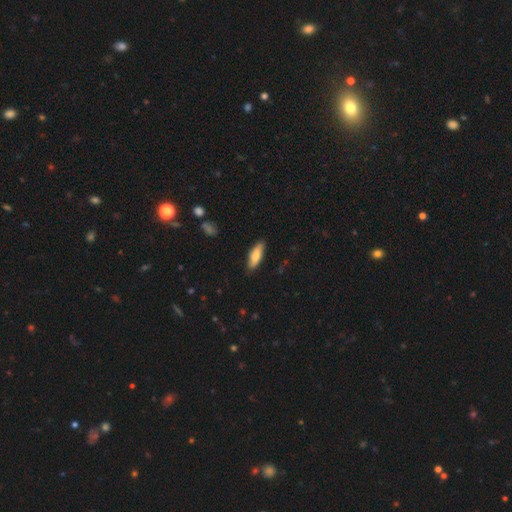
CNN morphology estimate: The model was most divided on "how rounded": in between: 56%, cigar-shaped: 42%, round: 2%. More confident: merging — none (82%); smooth or featured — smooth (77%).